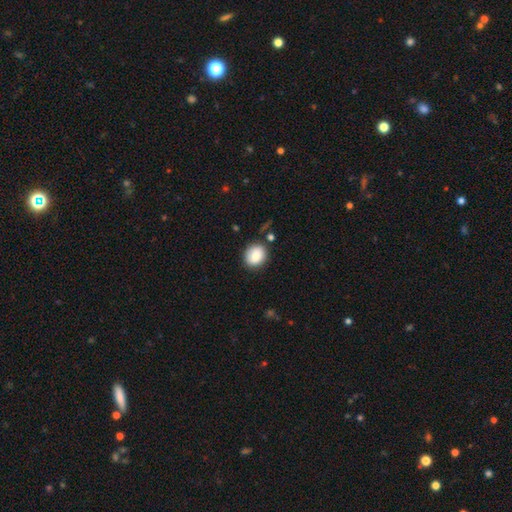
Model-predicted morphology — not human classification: Smooth or featured? smooth (83%)
How rounded? round (64%)
Merging? none (80%)